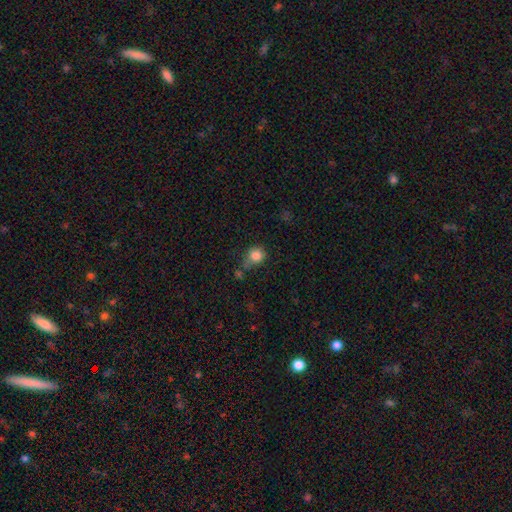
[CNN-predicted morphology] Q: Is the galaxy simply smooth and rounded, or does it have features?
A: smooth — 84%.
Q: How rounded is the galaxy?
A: round — 77%.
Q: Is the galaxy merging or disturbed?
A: none — 53%.